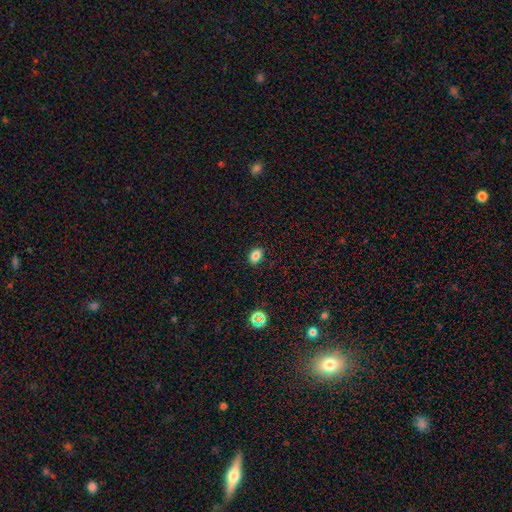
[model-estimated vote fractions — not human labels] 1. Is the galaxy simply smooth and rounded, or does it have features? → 82% smooth, 12% star or artifact, 6% featured or disk.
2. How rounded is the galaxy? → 75% in between, 23% round, 1% cigar-shaped.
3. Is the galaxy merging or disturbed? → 87% none, 10% minor disturbance, 2% major disturbance, 1% merger.